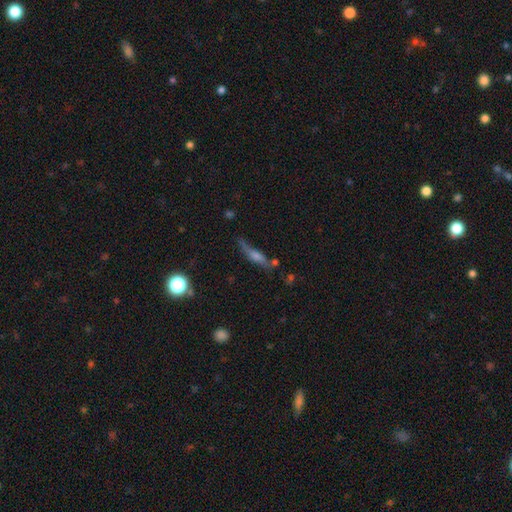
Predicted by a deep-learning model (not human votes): featured or disk 50%, smooth 36%, star or artifact 14%. Down the decision tree: merging — none (57%).